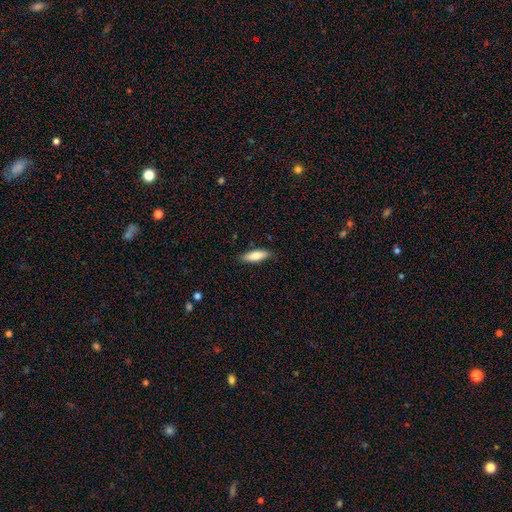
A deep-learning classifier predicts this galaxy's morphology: Smooth or featured?
  - smooth: 79% *
  - featured or disk: 15%
  - star or artifact: 6%
How rounded?
  - in between: 54% *
  - cigar-shaped: 45%
  - round: 2%
Merging?
  - none: 85% *
  - minor disturbance: 11%
  - major disturbance: 2%
  - merger: 1%